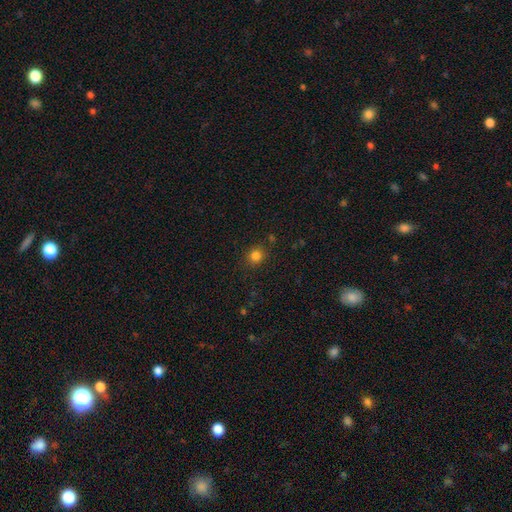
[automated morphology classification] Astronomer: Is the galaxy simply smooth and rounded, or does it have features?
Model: smooth — 81%.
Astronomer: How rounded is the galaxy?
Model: round — 84%.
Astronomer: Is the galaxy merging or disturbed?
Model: none — 86%.